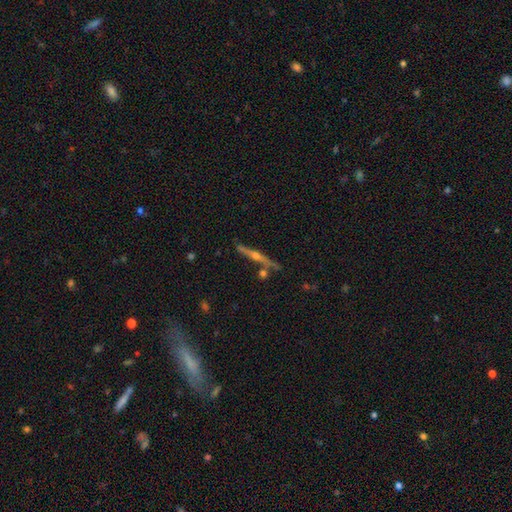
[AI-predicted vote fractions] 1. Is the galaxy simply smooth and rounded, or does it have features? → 77% featured or disk, 16% smooth, 7% star or artifact.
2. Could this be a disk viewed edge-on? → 98% yes, 2% no.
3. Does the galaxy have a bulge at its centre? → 90% rounded, 7% none, 3% boxy.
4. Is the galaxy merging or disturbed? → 83% none, 9% minor disturbance, 6% merger, 2% major disturbance.